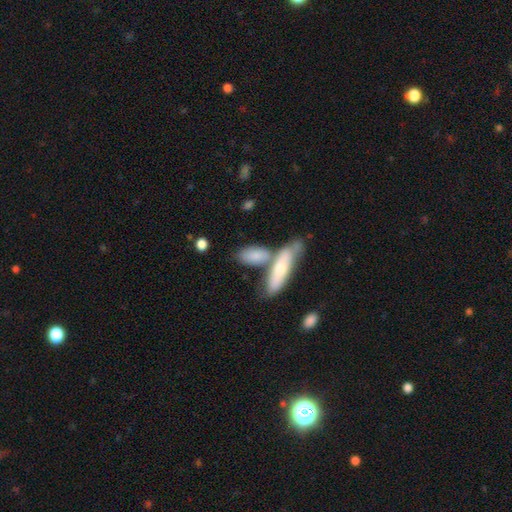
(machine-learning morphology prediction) Q: Smooth or featured?
A: smooth (75%); runner-up: featured or disk (20%)
Q: How rounded?
A: in between (74%); runner-up: cigar-shaped (22%)
Q: Merging?
A: merger (41%); tied with: none (41%)